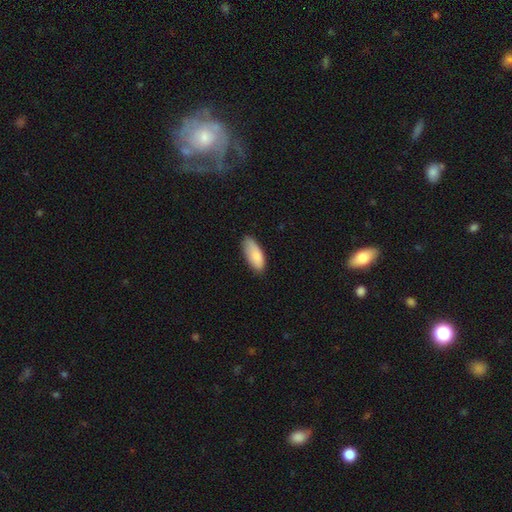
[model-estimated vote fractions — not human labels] smooth 85%, featured or disk 9%, star or artifact 6%. Down the decision tree: how rounded — in between (85%); merging — none (75%).